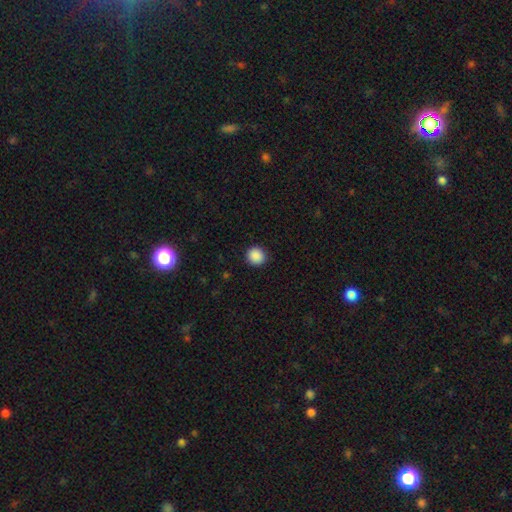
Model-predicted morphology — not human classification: Smooth or featured: smooth — 89% (star or artifact — 9%)
How rounded: round — 93% (in between — 7%)
Merging: none — 92% (minor disturbance — 5%)